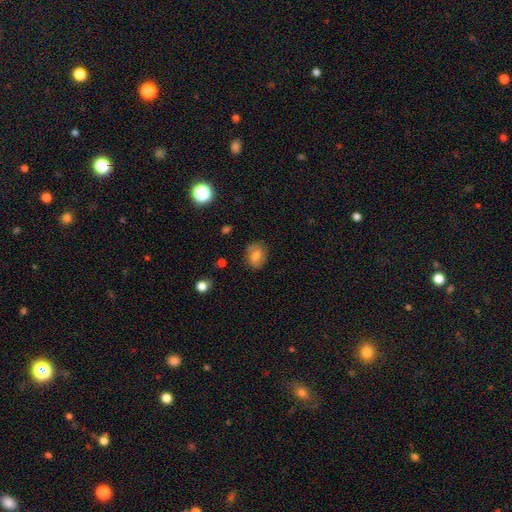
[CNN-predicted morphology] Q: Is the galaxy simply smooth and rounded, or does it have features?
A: smooth — 66%.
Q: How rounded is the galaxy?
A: round — 50%.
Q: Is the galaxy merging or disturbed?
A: none — 79%.